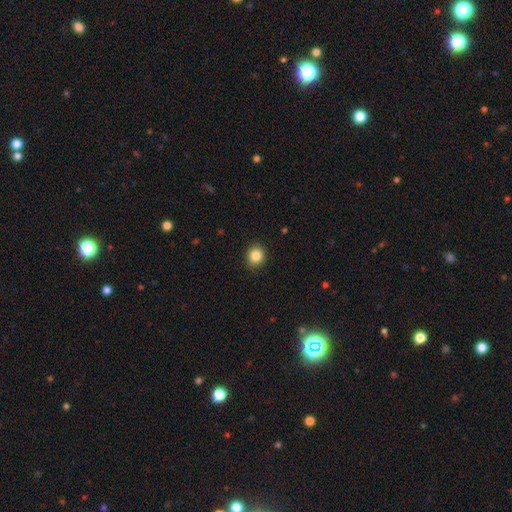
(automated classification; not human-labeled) Smooth or featured?
  - smooth: 85% *
  - star or artifact: 10%
  - featured or disk: 5%
How rounded?
  - round: 80% *
  - in between: 19%
  - cigar-shaped: 1%
Merging?
  - none: 89% *
  - minor disturbance: 8%
  - major disturbance: 2%
  - merger: 1%